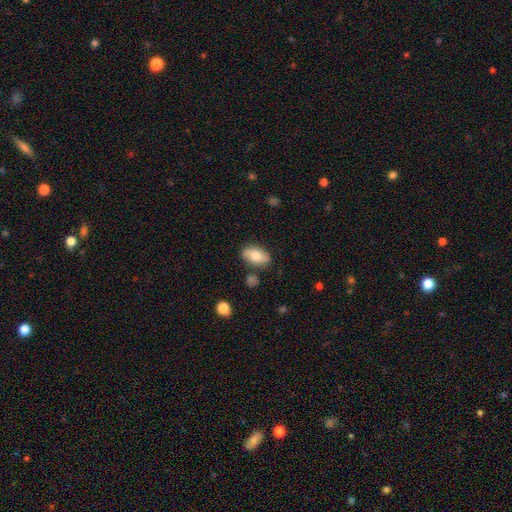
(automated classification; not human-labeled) Overall: smooth (76%). How rounded: in between (91%). Merging: none (80%).